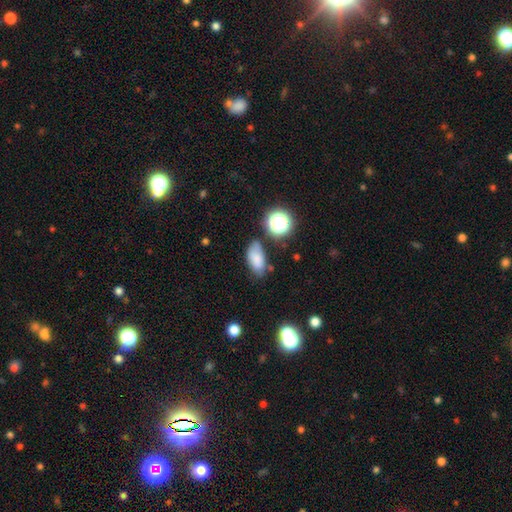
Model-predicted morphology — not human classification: Q: Smooth or featured?
A: smooth (69%); runner-up: star or artifact (19%)
Q: How rounded?
A: in between (87%); runner-up: round (8%)
Q: Merging?
A: none (70%); runner-up: minor disturbance (20%)